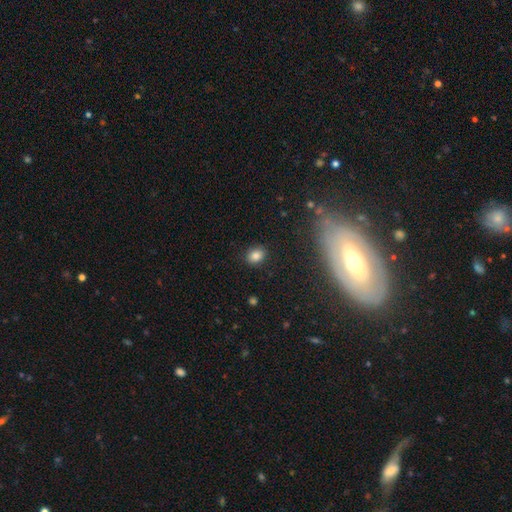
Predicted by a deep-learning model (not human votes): Smooth or featured? smooth (84%)
How rounded? in between (56%)
Merging? none (87%)